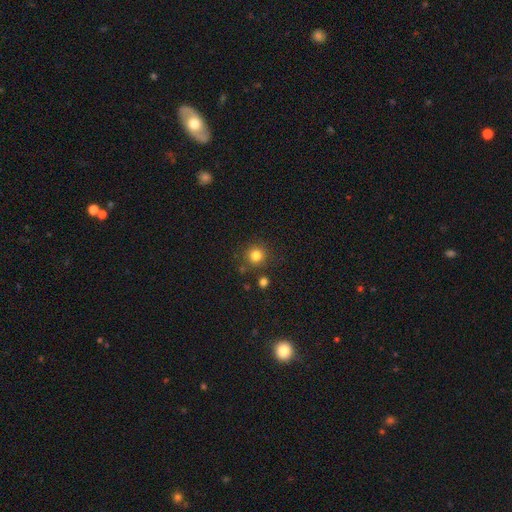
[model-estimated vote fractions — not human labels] Smooth or featured? smooth (81%)
How rounded? round (94%)
Merging? none (85%)